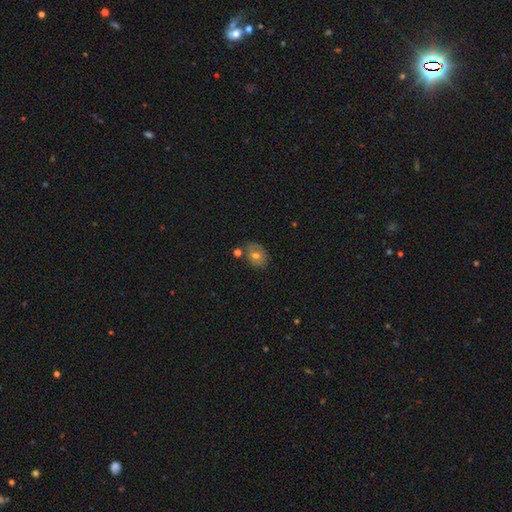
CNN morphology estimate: smooth_or_featured: smooth (p=0.59) [alt: featured or disk p=0.29]
how_rounded: in between (p=0.50) [alt: round p=0.49]
merging: none (p=0.73) [alt: minor disturbance p=0.16]